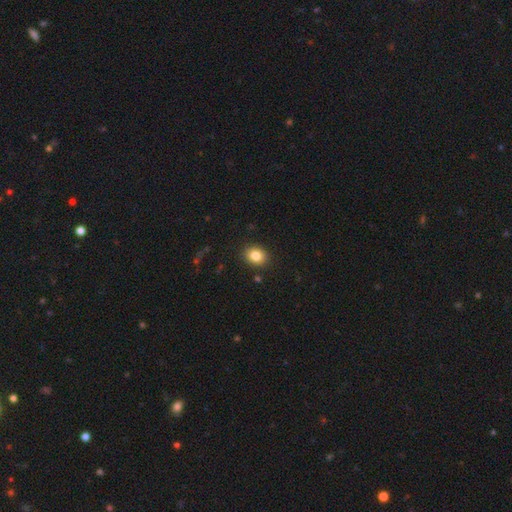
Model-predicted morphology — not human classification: Smooth or featured? smooth (83%)
How rounded? round (59%)
Merging? none (89%)